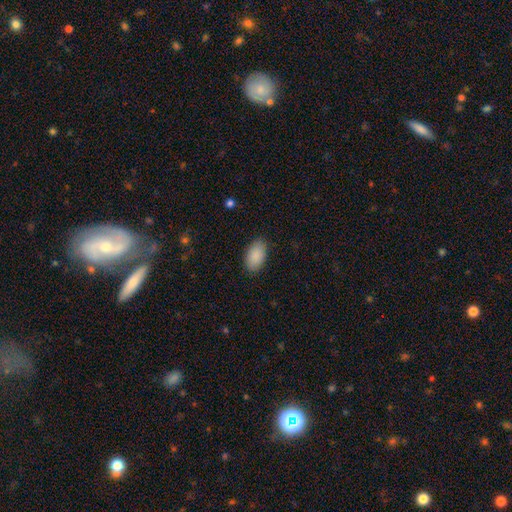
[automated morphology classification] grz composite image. It shows a smooth galaxy with no disk features (90%) that is in between round and cigar-shaped (95%). Merging: none (87%).